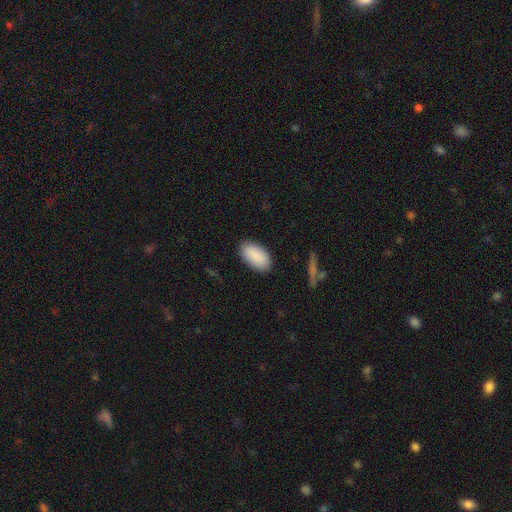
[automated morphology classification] Overall: smooth (90%). How rounded: in between (95%). Merging: none (86%).